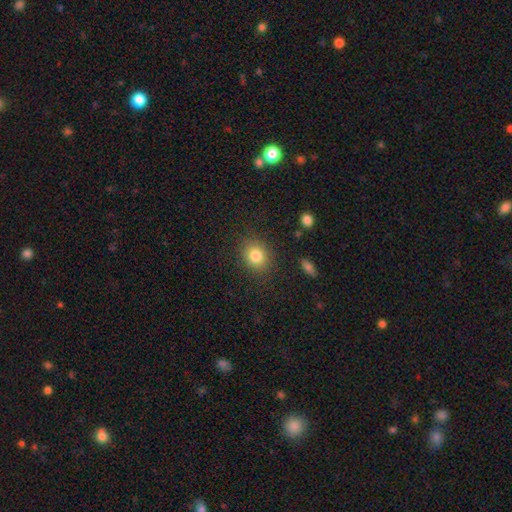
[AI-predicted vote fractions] Overall: smooth (82%). How rounded: round (66%; in between 33%). Merging: none (86%).